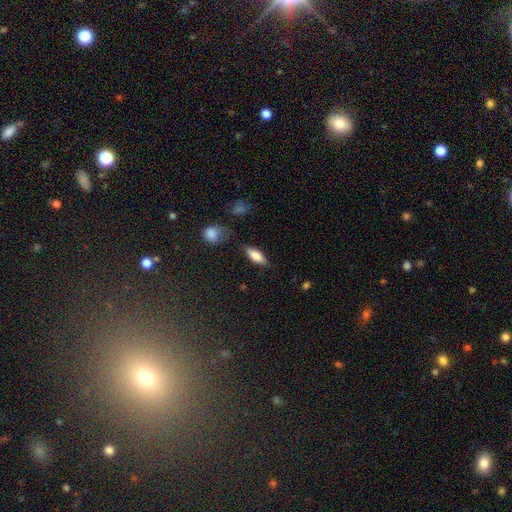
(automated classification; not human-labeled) Smooth or featured: smooth — 69% (featured or disk — 24%)
How rounded: in between — 67% (cigar-shaped — 30%)
Merging: none — 79% (minor disturbance — 14%)